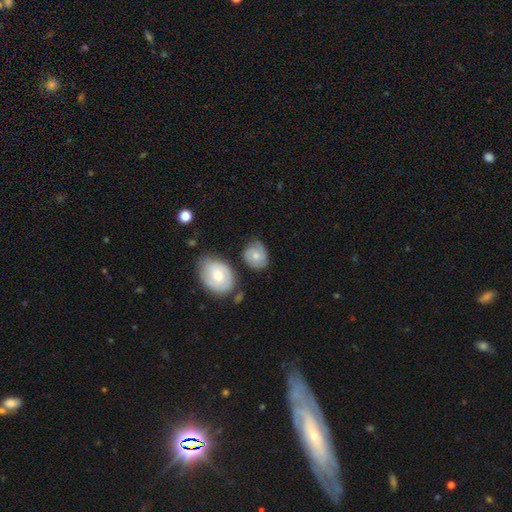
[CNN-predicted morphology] Overall: smooth (49%; featured or disk 44%). Merging: none (62%; minor disturbance 23%).